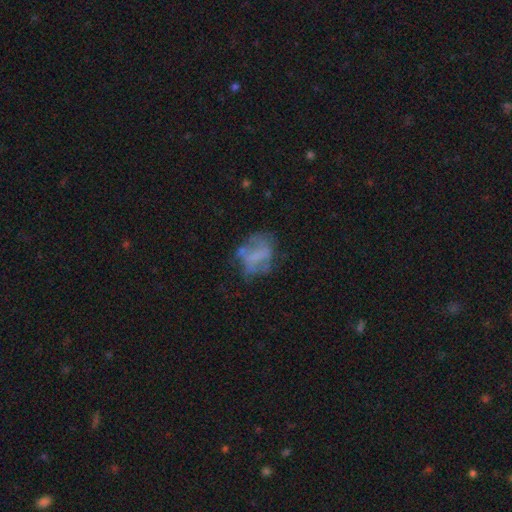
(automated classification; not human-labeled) A featured or disk galaxy (50%).

Vote fractions:
- Smooth or featured? featured or disk: 50% / smooth: 38% / star or artifact: 12%
- Edge-on disk? no: 97% / yes: 3%
- Merging? none: 44% / major disturbance: 25% / minor disturbance: 24% / merger: 7%